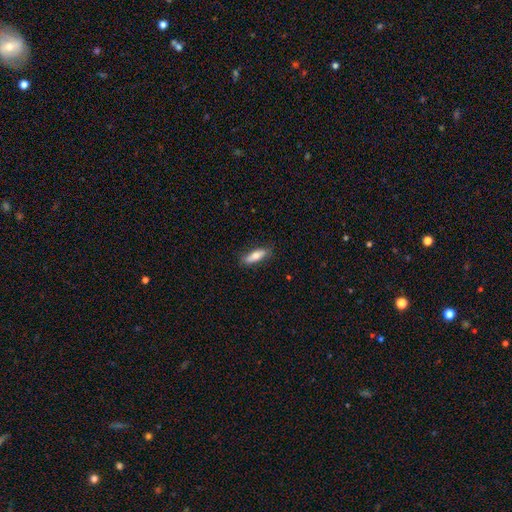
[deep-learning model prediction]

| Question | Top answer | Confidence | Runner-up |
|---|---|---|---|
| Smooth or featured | smooth | 71% | featured or disk (23%) |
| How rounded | cigar-shaped | 49% | tied: in between (49%) |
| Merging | none | 83% | minor disturbance (13%) |